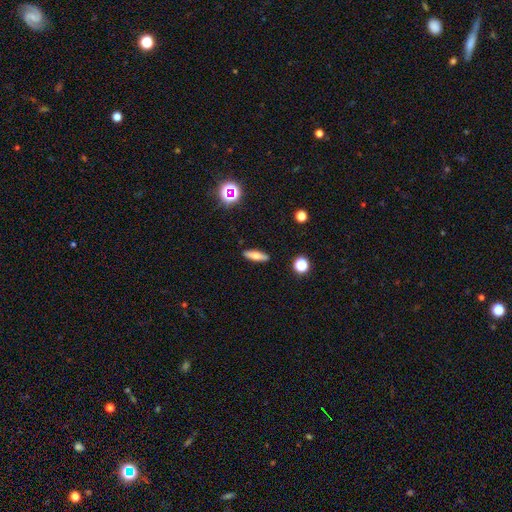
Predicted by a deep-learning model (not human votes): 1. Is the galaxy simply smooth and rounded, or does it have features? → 66% smooth, 25% featured or disk, 9% star or artifact.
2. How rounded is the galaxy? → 57% cigar-shaped, 39% in between, 4% round.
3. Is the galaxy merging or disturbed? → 90% none, 7% minor disturbance, 2% major disturbance, 1% merger.